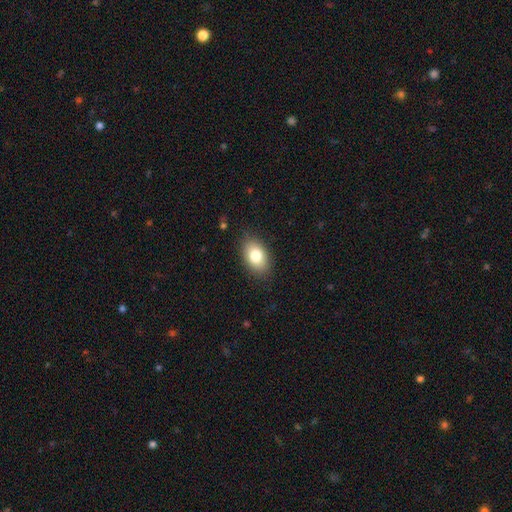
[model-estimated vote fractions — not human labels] A smooth galaxy with no disk features (81%) that is in between round and cigar-shaped (88%). Merging: none (85%).